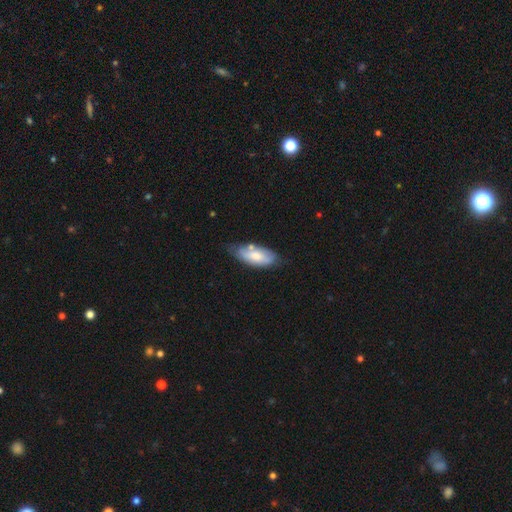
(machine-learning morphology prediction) smooth_or_featured: smooth (p=0.63) [alt: featured or disk p=0.31]
how_rounded: in between (p=0.84) [alt: cigar-shaped p=0.14]
merging: none (p=0.57) [alt: minor disturbance p=0.29]